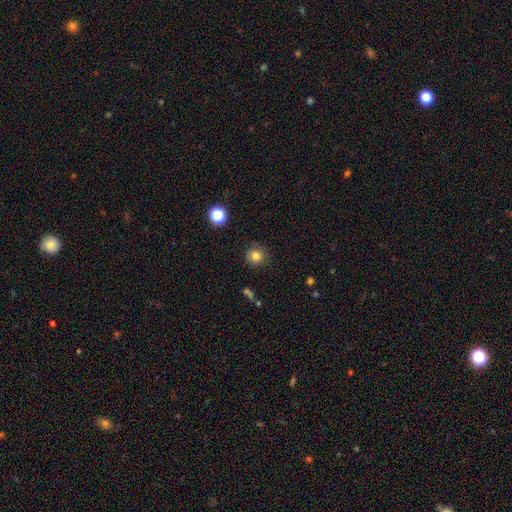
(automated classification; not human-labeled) smooth-or-featured: smooth: 81% | star or artifact: 12% | featured or disk: 7%
  how-rounded: round: 92% | in between: 7% | cigar-shaped: 1%
  merging: none: 86% | minor disturbance: 9% | major disturbance: 3% | merger: 2%